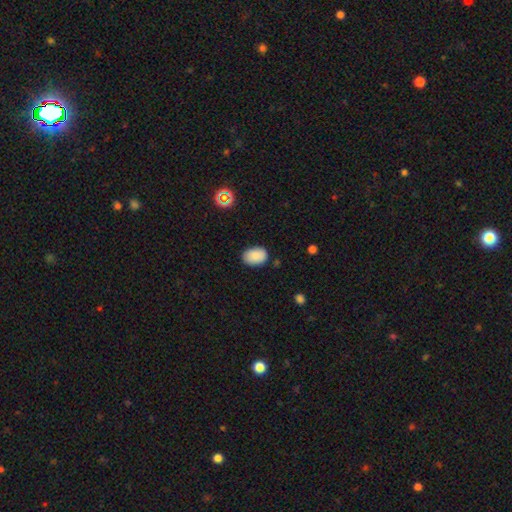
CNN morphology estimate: This appears to be a smooth galaxy with no disk features (86%) that is in between round and cigar-shaped (81%). Merging: none (82%).